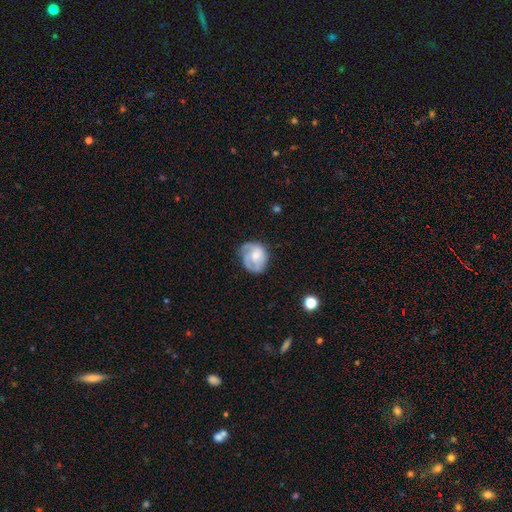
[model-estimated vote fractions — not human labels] featured or disk 50%, smooth 42%, star or artifact 7%. Down the decision tree: edge-on disk — no (97%); merging — none (51%).